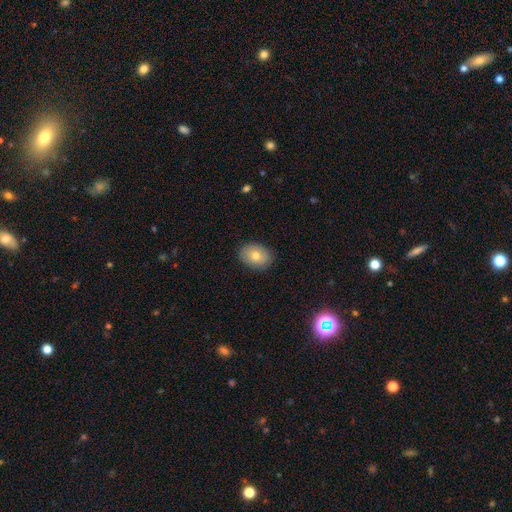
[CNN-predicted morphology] smooth_or_featured: smooth (p=0.73) [alt: featured or disk p=0.18]
how_rounded: in between (p=0.70) [alt: round p=0.29]
merging: none (p=0.87) [alt: minor disturbance p=0.10]